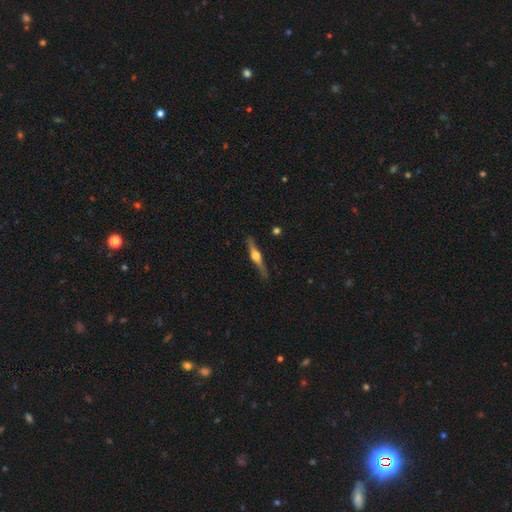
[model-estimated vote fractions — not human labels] This is likely a featured or disk galaxy (77%). It is clearly viewed edge-on (98%). Edge-on bulge: clearly rounded (94%). Merging: clearly none (88%).